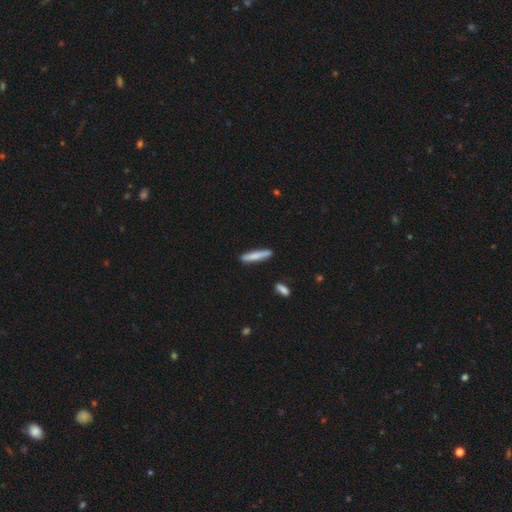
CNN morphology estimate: Smooth or featured? smooth (78%)
How rounded? cigar-shaped (92%)
Merging? none (89%)